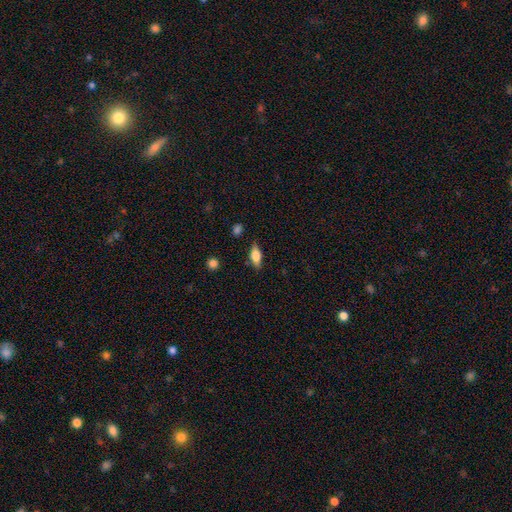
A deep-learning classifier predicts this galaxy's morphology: The model was most divided on "smooth or featured": smooth: 71%, featured or disk: 21%, star or artifact: 8%. More confident: merging — none (80%); how rounded — in between (76%).